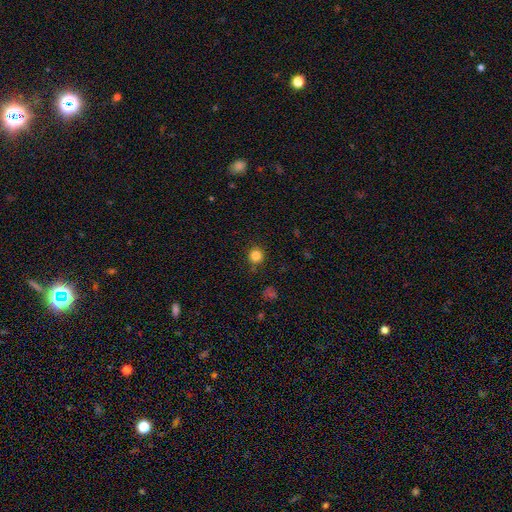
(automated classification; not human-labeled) Overall: smooth (83%). How rounded: round (92%). Merging: none (88%).